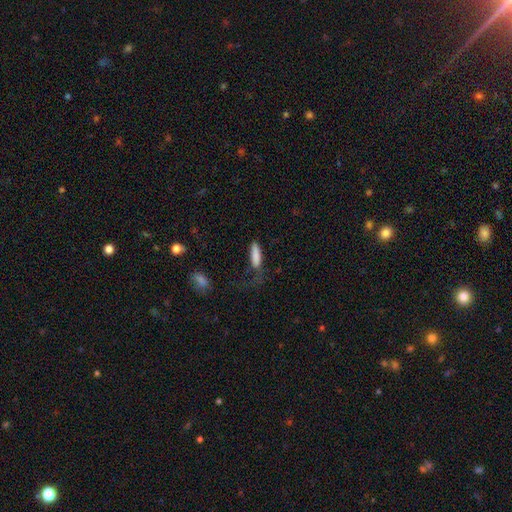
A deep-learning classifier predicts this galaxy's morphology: smooth 85%, featured or disk 8%, star or artifact 7%. Down the decision tree: how rounded — cigar-shaped (51%); merging — none (42%).